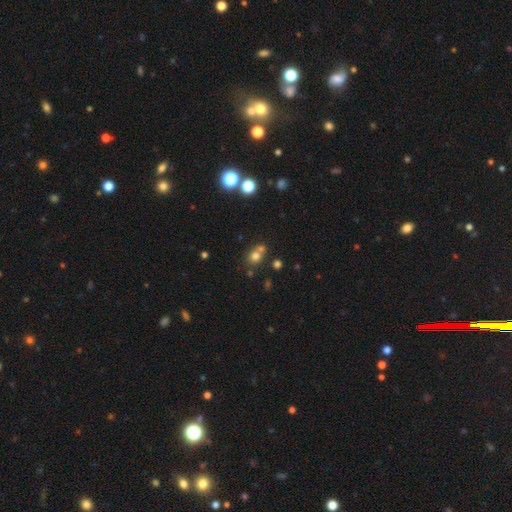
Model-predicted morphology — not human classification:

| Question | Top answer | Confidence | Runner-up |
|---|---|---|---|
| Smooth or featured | smooth | 69% | star or artifact (19%) |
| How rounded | round | 78% | in between (21%) |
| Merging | none | 53% | merger (34%) |